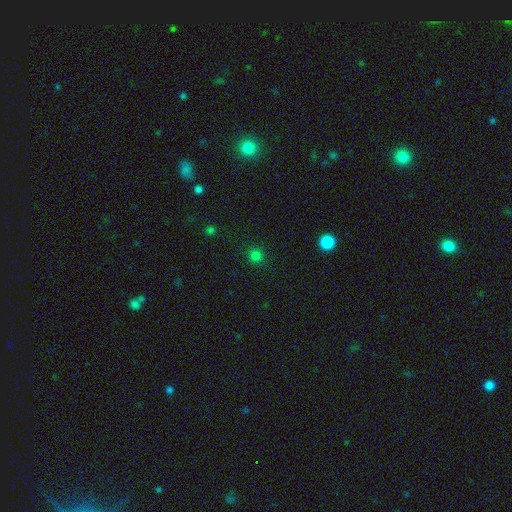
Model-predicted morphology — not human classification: smooth 79%, star or artifact 18%, featured or disk 4%. Down the decision tree: how rounded — round (94%); merging — none (91%).